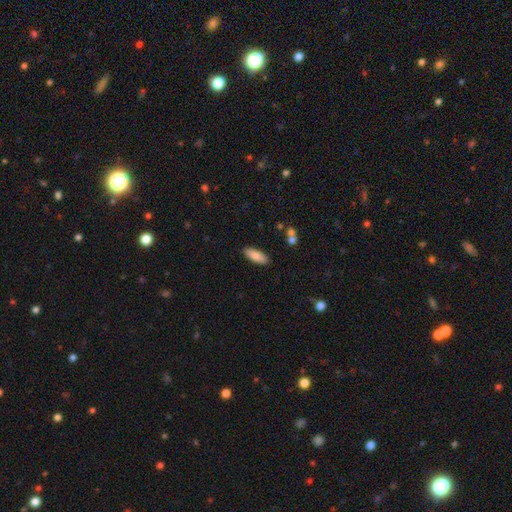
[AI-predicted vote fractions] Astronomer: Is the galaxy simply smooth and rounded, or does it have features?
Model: smooth — 86%.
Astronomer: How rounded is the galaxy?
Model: in between — 72%.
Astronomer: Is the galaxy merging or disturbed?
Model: none — 88%.